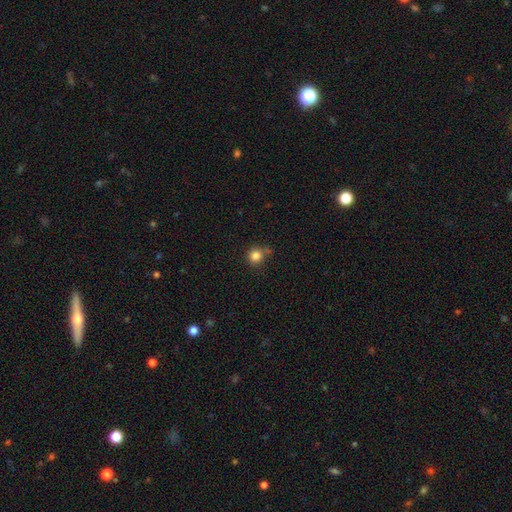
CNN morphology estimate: A smooth galaxy with no disk features (83%) that is round (91%). Merging: none (72%).